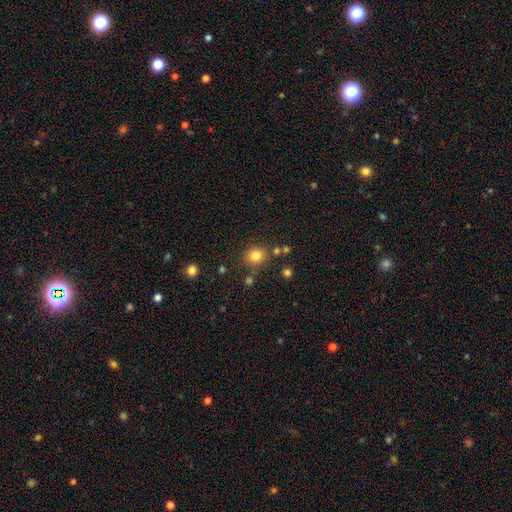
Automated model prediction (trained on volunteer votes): smooth_or_featured: smooth (p=0.81) [alt: star or artifact p=0.13]
how_rounded: round (p=0.72) [alt: in between p=0.27]
merging: none (p=0.80) [alt: minor disturbance p=0.10]